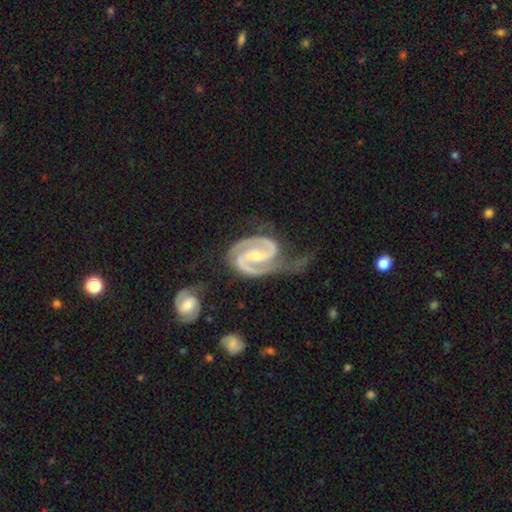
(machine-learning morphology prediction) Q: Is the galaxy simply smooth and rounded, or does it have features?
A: featured or disk — 94%.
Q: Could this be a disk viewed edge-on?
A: no — 98%.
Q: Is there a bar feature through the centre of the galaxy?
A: strong — 46%.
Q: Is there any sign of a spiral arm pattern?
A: yes — 99%.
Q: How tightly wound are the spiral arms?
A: medium — 54%.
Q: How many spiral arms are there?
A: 2 — 92%.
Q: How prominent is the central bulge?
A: small — 62%.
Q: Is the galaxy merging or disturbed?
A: none — 46%.